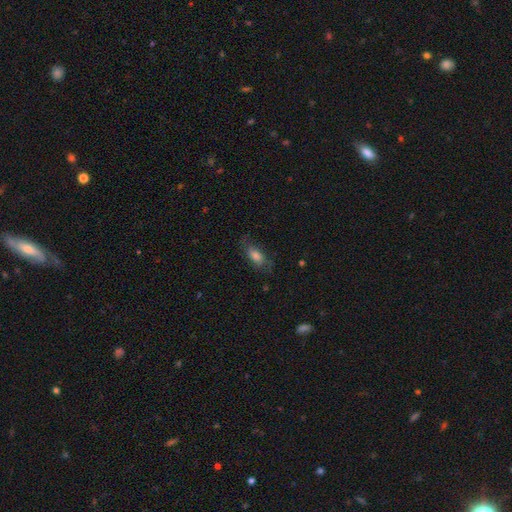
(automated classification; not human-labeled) smooth 60%, featured or disk 30%, star or artifact 10%. Down the decision tree: how rounded — in between (77%); merging — none (68%).